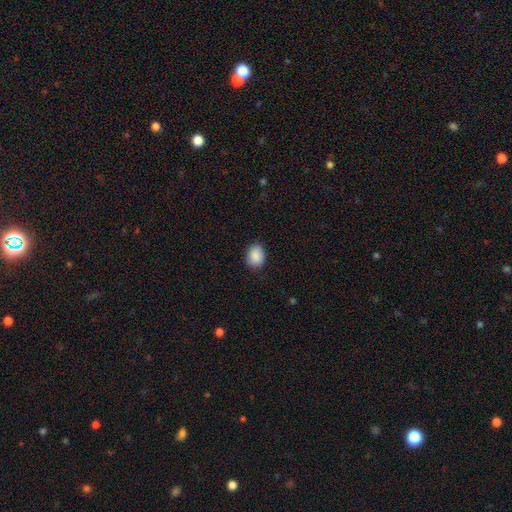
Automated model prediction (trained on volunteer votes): This appears to be a smooth galaxy with no disk features (89%) that is in between round and cigar-shaped (55%). Merging: none (85%).